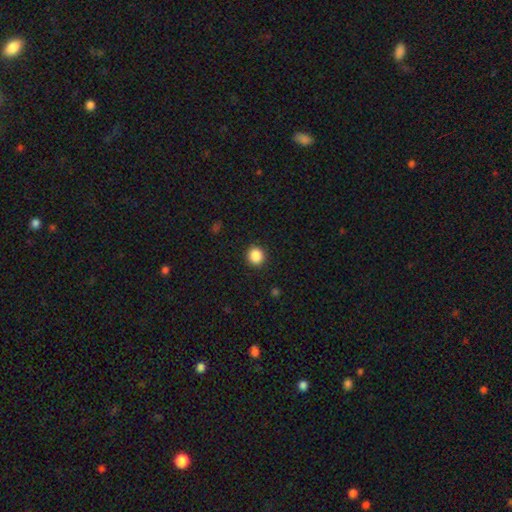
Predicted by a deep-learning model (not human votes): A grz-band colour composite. It shows a smooth galaxy with no disk features (88%) that is round (90%). Merging: none (92%).